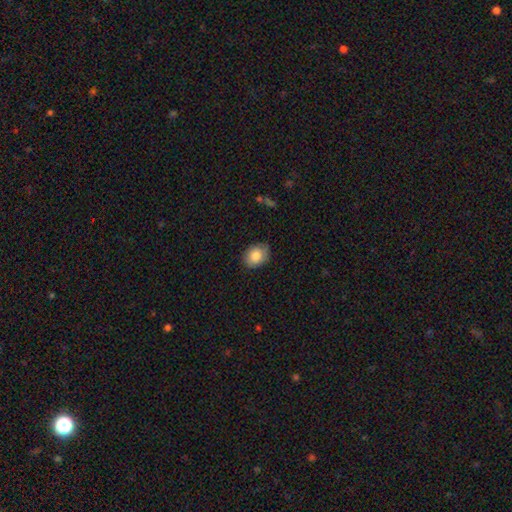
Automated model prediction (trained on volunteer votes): Smooth or featured: smooth — 85% (featured or disk — 8%)
How rounded: in between — 62% (round — 37%)
Merging: none — 76% (minor disturbance — 20%)